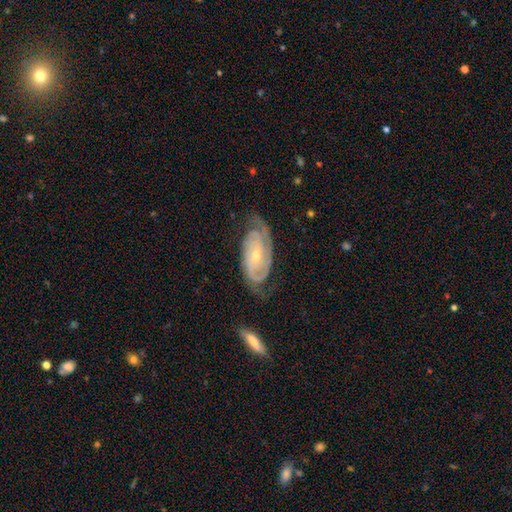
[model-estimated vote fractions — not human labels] A featured or disk galaxy (89%) with no bar (59%), 2 (77%) tight (69%) spiral arms (98%) and a small central bulge (67%). Merging: none (74%).